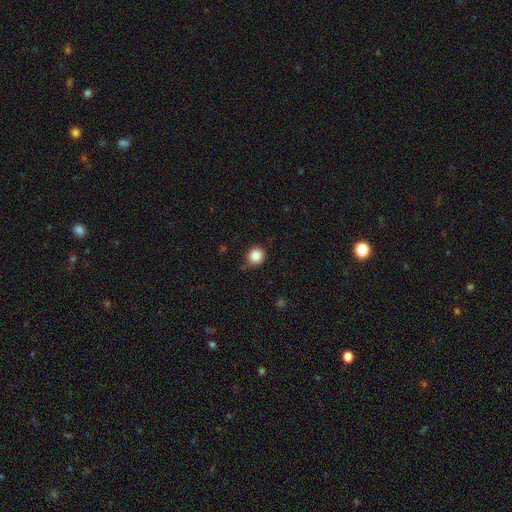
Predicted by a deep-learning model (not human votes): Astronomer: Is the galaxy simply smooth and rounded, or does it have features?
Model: smooth — 86%.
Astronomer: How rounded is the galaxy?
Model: round — 90%.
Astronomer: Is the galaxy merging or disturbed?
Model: none — 81%.